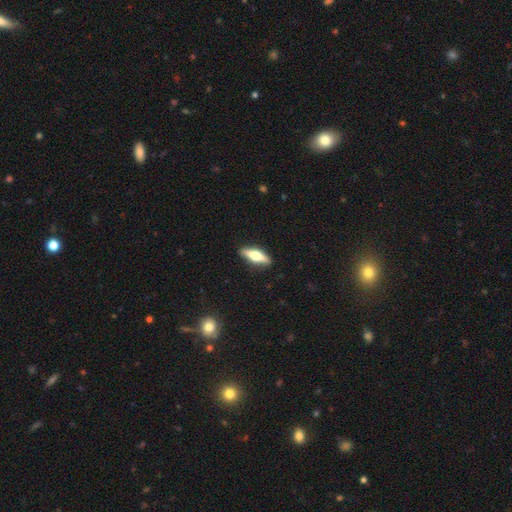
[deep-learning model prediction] This is possibly a featured or disk galaxy (52%). It is clearly viewed edge-on (92%). Merging: clearly none (88%).